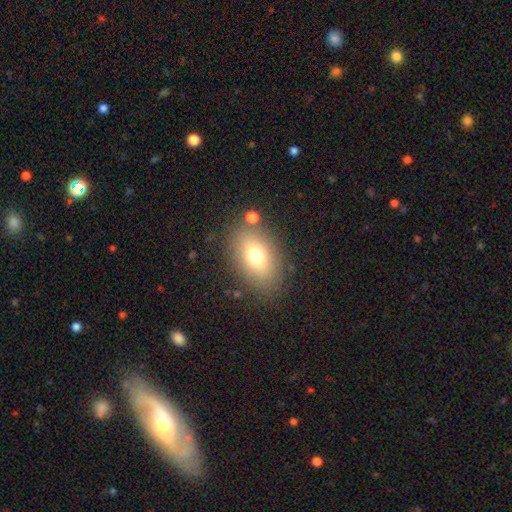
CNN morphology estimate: smooth 72%, featured or disk 16%, star or artifact 12%. Down the decision tree: how rounded — in between (82%); merging — none (80%).